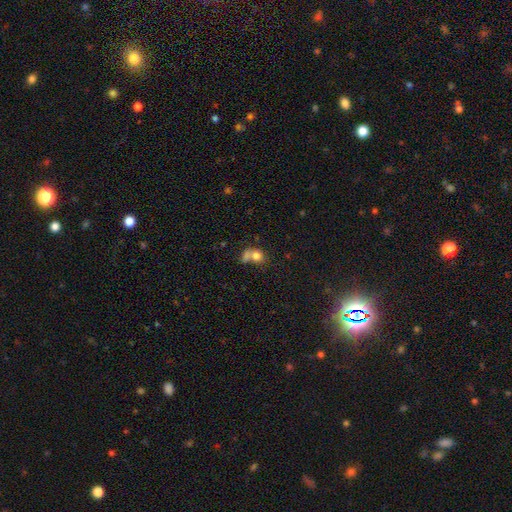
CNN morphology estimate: smooth 76%, featured or disk 13%, star or artifact 11%. Down the decision tree: how rounded — round (64%); merging — merger (49%).